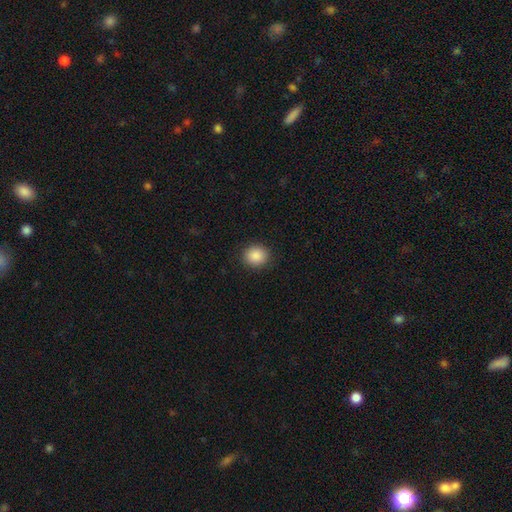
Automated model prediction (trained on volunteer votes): Smooth or featured?
  - smooth: 89% *
  - star or artifact: 8%
  - featured or disk: 3%
How rounded?
  - round: 78% *
  - in between: 21%
  - cigar-shaped: 1%
Merging?
  - none: 91% *
  - minor disturbance: 6%
  - major disturbance: 2%
  - merger: 1%